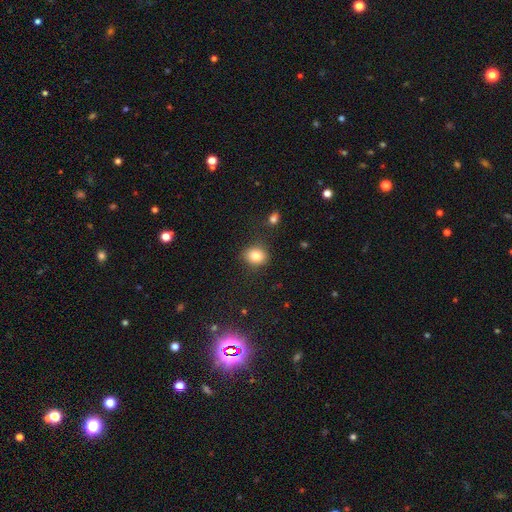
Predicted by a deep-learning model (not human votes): smooth-or-featured: smooth: 81% | star or artifact: 11% | featured or disk: 8%
  how-rounded: round: 66% | in between: 33% | cigar-shaped: 1%
  merging: none: 83% | minor disturbance: 11% | major disturbance: 3% | merger: 2%